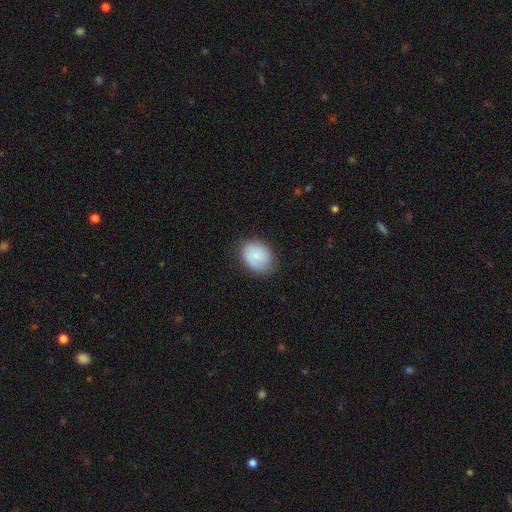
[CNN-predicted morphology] This is likely a smooth galaxy (76%). How rounded: possibly in between (59%). Merging: likely none (76%).